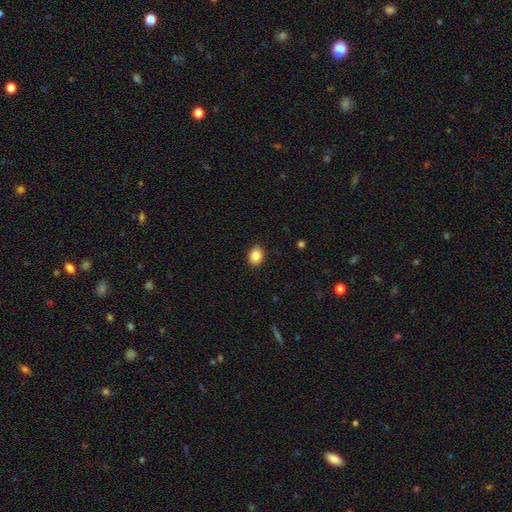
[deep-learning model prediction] A smooth galaxy with no disk features (86%) that is in between round and cigar-shaped (64%). Merging: none (90%).